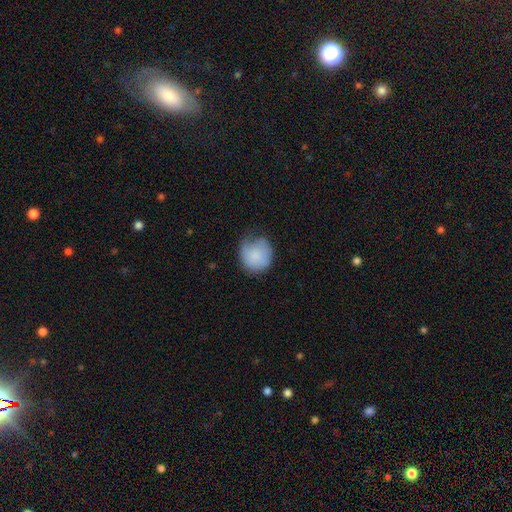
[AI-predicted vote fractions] Smooth or featured? smooth (81%)
How rounded? round (82%)
Merging? none (48%)